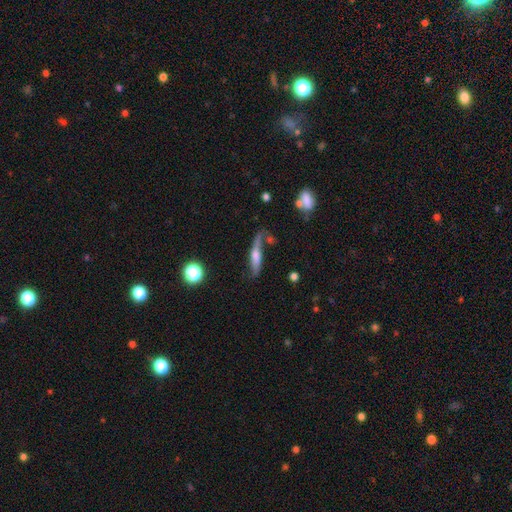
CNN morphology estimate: Smooth or featured? Predicted: featured or disk (p=0.53). Edge-on disk? Predicted: yes (p=0.77). Merging? Predicted: none (p=0.56).